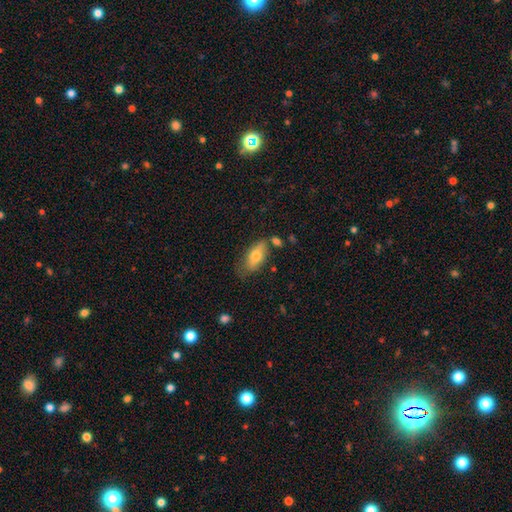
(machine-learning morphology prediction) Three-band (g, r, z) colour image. It shows a smooth galaxy with no disk features (71%) that is in between round and cigar-shaped (83%). Merging: none (61%).